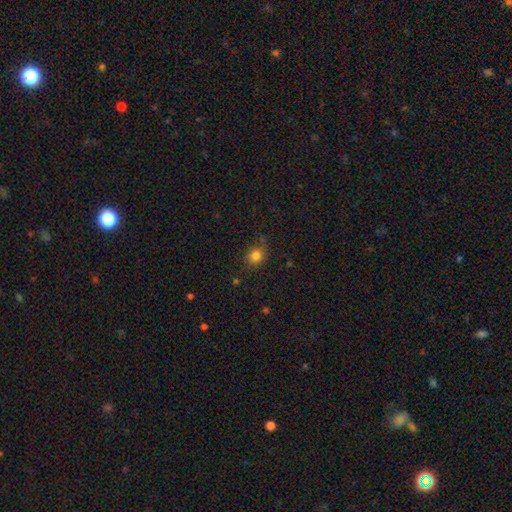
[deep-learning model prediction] Q: Smooth or featured?
A: smooth (82%); runner-up: star or artifact (13%)
Q: How rounded?
A: round (75%); runner-up: in between (24%)
Q: Merging?
A: none (77%); runner-up: minor disturbance (16%)